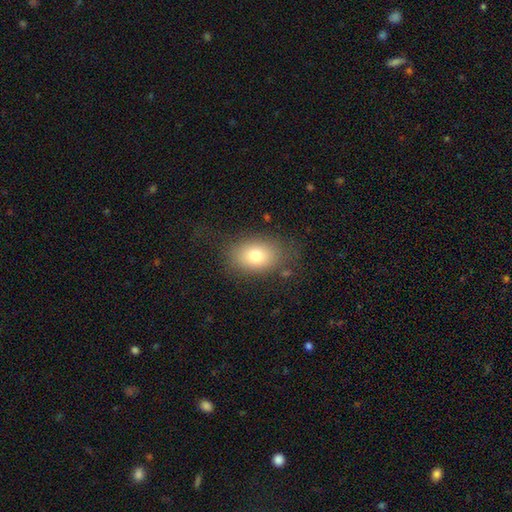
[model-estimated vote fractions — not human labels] Q: Smooth or featured?
A: smooth (76%); runner-up: featured or disk (14%)
Q: How rounded?
A: in between (75%); runner-up: round (23%)
Q: Merging?
A: none (74%); runner-up: minor disturbance (16%)